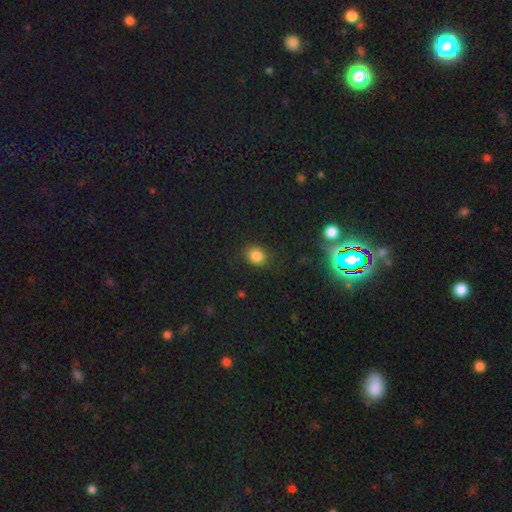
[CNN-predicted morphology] Smooth or featured: smooth — 83% (star or artifact — 12%)
How rounded: round — 51% (in between — 48%)
Merging: none — 83% (minor disturbance — 11%)